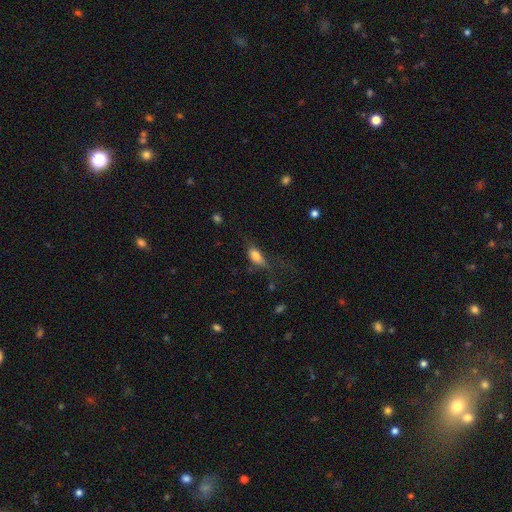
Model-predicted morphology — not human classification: Overall: smooth (78%). How rounded: in between (82%). Merging: none (45%; major disturbance 27%).